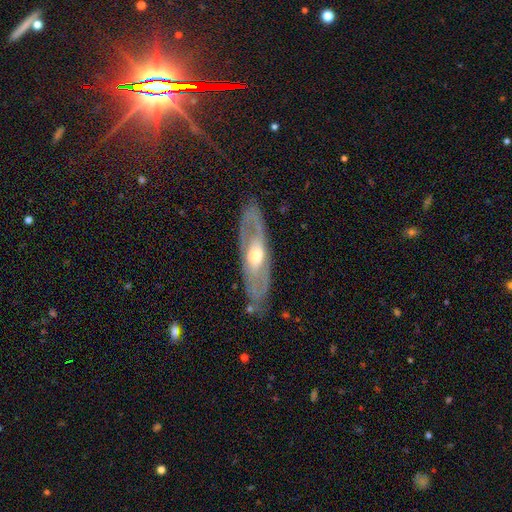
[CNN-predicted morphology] type=featured or disk (74%); edge-on=no (73%); bar=no (65%); spiral arms=yes (62%); bulge=moderate (66%); merging=none (81%).